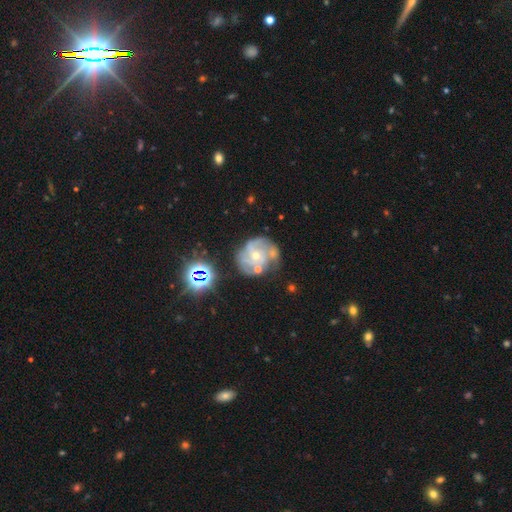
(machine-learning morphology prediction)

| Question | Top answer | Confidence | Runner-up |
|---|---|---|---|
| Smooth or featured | featured or disk | 76% | smooth (14%) |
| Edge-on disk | no | 98% | yes (2%) |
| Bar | no | 68% | weak (26%) |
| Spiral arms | yes | 85% | no (15%) |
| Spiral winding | tight | 49% | medium (38%) |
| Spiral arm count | can't tell | 31% | 3 (26%) |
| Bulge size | small | 55% | moderate (41%) |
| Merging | none | 55% | minor disturbance (22%) |